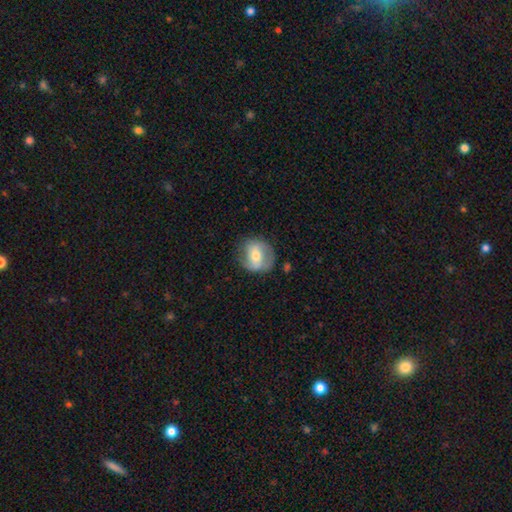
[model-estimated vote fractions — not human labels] smooth-or-featured: featured or disk: 53% | smooth: 41% | star or artifact: 7%
  disk-edge-on: no: 95% | yes: 5%
    bar: weak: 37% | no: 33% | strong: 30%
    has-spiral-arms: yes: 65% | no: 35%
    bulge-size: moderate: 63% | small: 30% | large: 5% | none: 1% | dominant: 1%
  merging: none: 69% | minor disturbance: 21% | major disturbance: 8% | merger: 2%